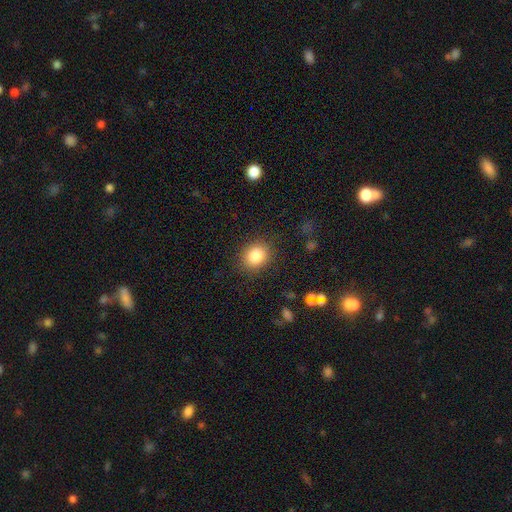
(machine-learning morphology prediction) Smooth or featured?
  - smooth: 86% *
  - star or artifact: 9%
  - featured or disk: 5%
How rounded?
  - round: 60% *
  - in between: 39%
  - cigar-shaped: 1%
Merging?
  - none: 86% *
  - minor disturbance: 10%
  - major disturbance: 3%
  - merger: 1%